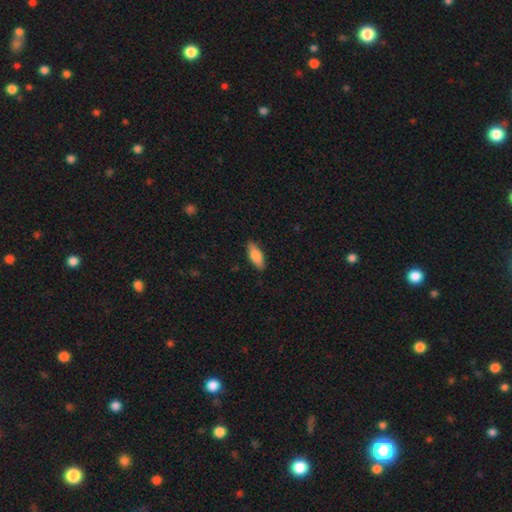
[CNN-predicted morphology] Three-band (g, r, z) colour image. It shows a smooth galaxy with no disk features (80%) that is in between round and cigar-shaped (69%). Merging: none (86%).